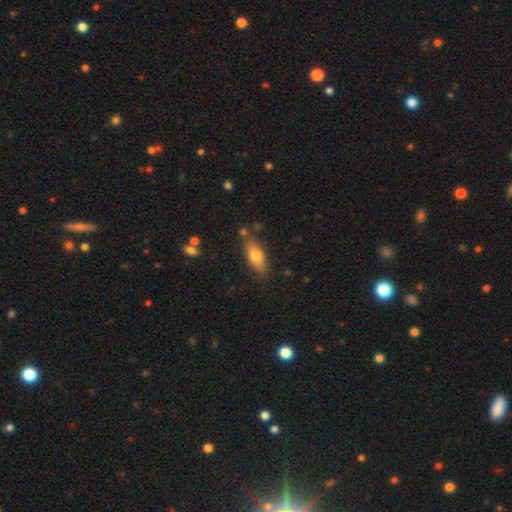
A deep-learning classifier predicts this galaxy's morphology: Smooth or featured: smooth — 74% (featured or disk — 18%)
How rounded: in between — 79% (cigar-shaped — 17%)
Merging: none — 78% (minor disturbance — 15%)